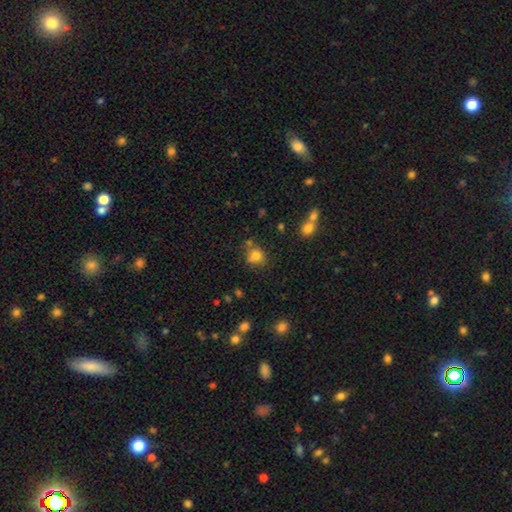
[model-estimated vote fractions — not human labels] Smooth or featured? smooth (78%)
How rounded? round (68%)
Merging? none (59%)